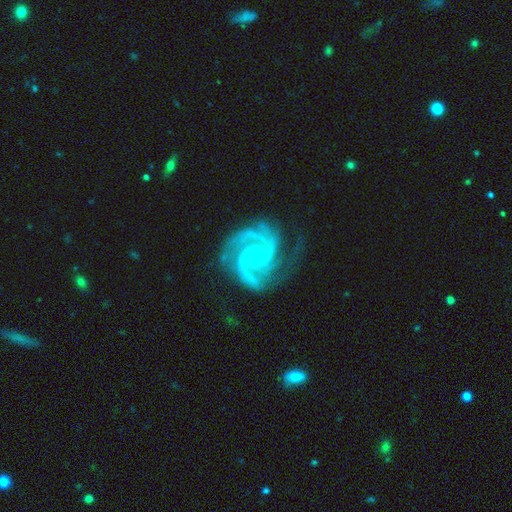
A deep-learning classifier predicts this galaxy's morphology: Smooth or featured? featured or disk (94%)
Edge-on disk? no (98%)
Bar? no (70%)
Spiral arms? yes (99%)
Spiral winding? tight (57%)
Spiral arm count? 3 (40%, tied with 2)
Bulge size? small (83%)
Merging? none (71%)